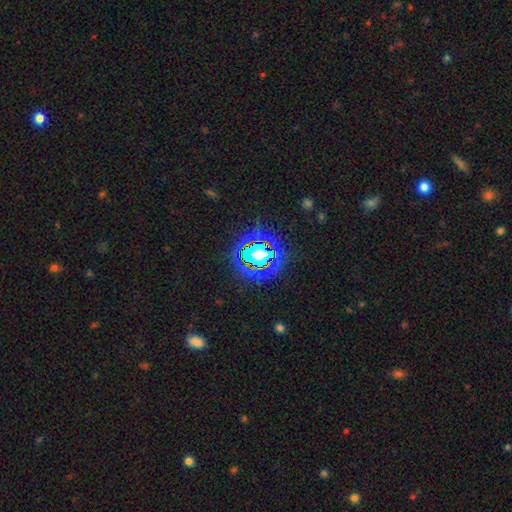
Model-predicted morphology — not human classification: Smooth or featured: star or artifact — 63% (smooth — 24%)